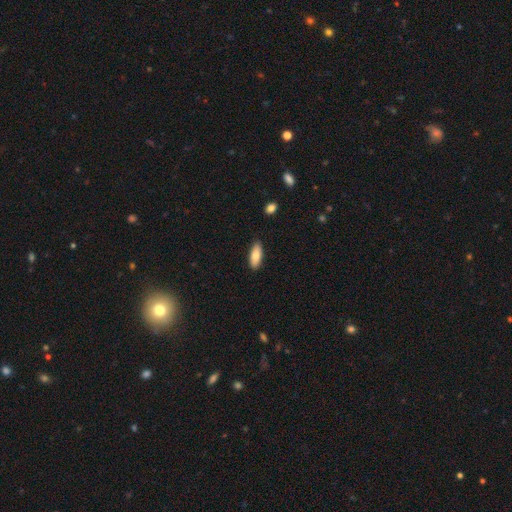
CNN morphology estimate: This is clearly a smooth galaxy (82%). How rounded: likely in between (73%). Merging: clearly none (87%).